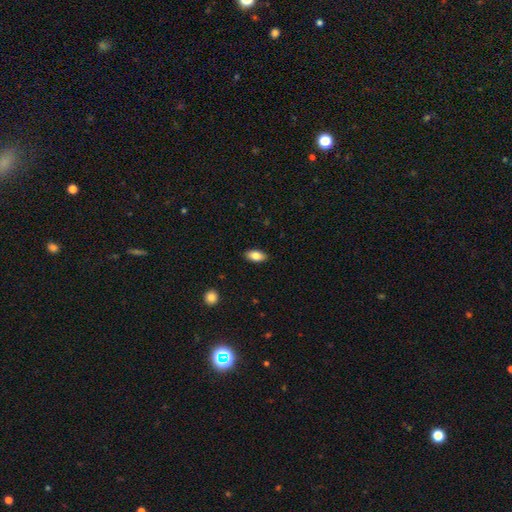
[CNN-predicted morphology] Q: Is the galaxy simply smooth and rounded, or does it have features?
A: smooth — 84%.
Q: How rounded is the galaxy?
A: in between — 92%.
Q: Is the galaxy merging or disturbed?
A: none — 88%.